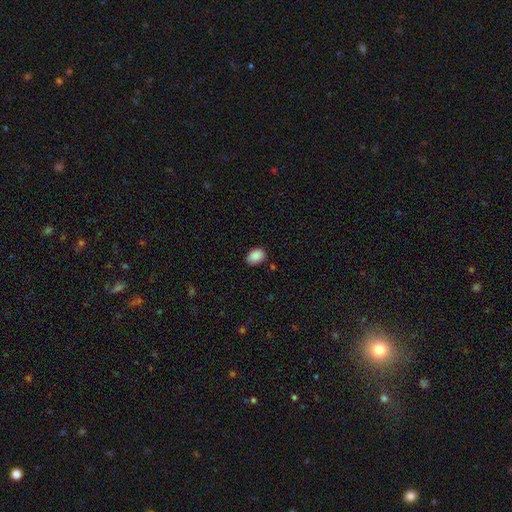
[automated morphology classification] This is clearly a smooth galaxy (89%). How rounded: clearly in between (83%). Merging: likely none (80%).